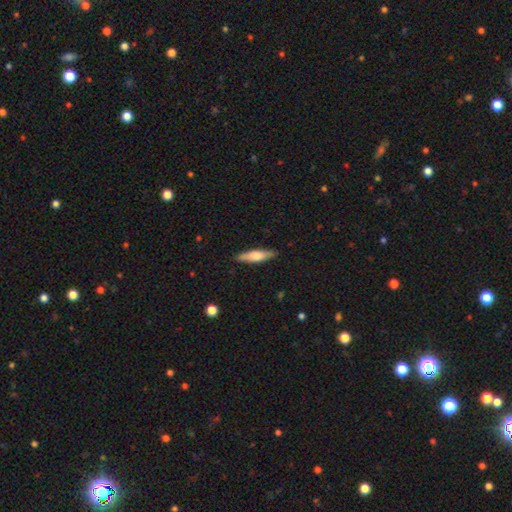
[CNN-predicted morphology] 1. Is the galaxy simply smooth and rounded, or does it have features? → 56% smooth, 38% featured or disk, 6% star or artifact.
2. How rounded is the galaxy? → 74% cigar-shaped, 24% in between, 2% round.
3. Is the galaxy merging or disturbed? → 88% none, 9% minor disturbance, 2% major disturbance, 1% merger.